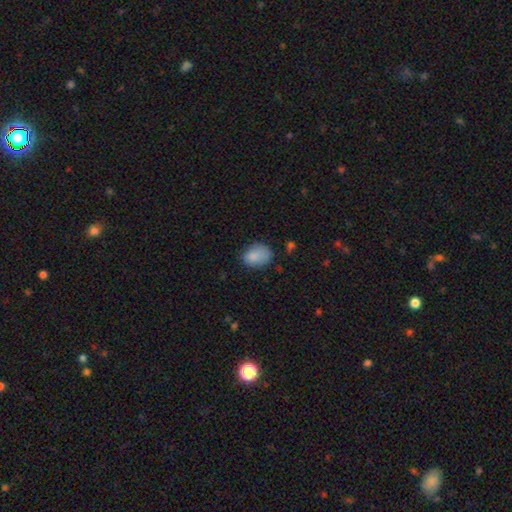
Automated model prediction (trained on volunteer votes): This is clearly a smooth galaxy (85%). How rounded: likely in between (73%). Merging: likely none (63%).